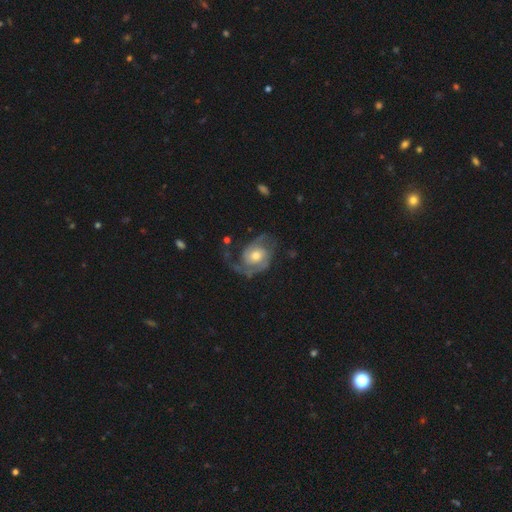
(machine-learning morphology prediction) type=featured or disk (85%); edge-on=no (97%); bar=no (70%); spiral arms=yes (95%); winding=medium (46%); arm count=2 (80%); bulge=moderate (67%); merging=none (58%).